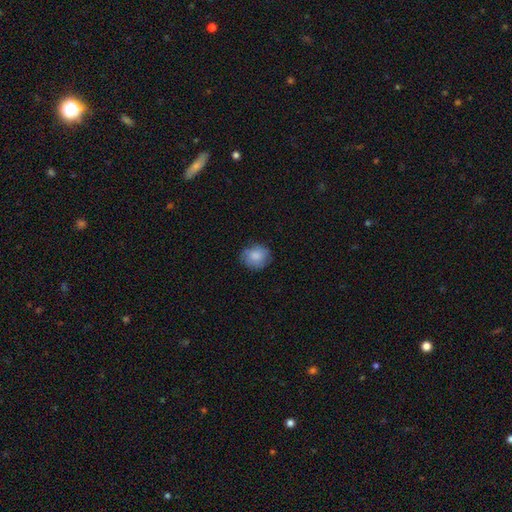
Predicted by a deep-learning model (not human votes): A smooth galaxy with no disk features (78%) that is round (70%).

Vote fractions:
- Smooth or featured? smooth: 78% / featured or disk: 14% / star or artifact: 7%
- How rounded? round: 70% / in between: 29% / cigar-shaped: 1%
- Merging? none: 73% / minor disturbance: 21% / major disturbance: 5% / merger: 1%